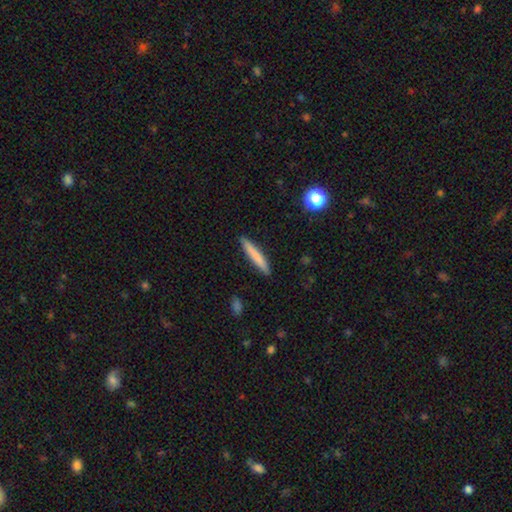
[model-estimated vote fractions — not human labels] smooth 78%, featured or disk 16%, star or artifact 6%. Down the decision tree: how rounded — cigar-shaped (94%); merging — none (90%).